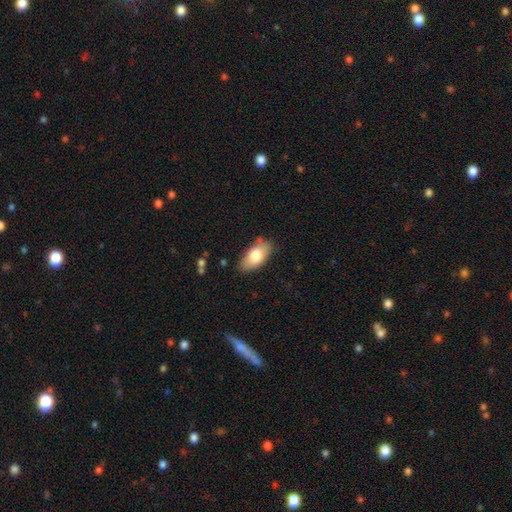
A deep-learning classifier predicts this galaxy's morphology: A smooth galaxy with no disk features (75%) that is in between round and cigar-shaped (92%). Merging: none (78%).